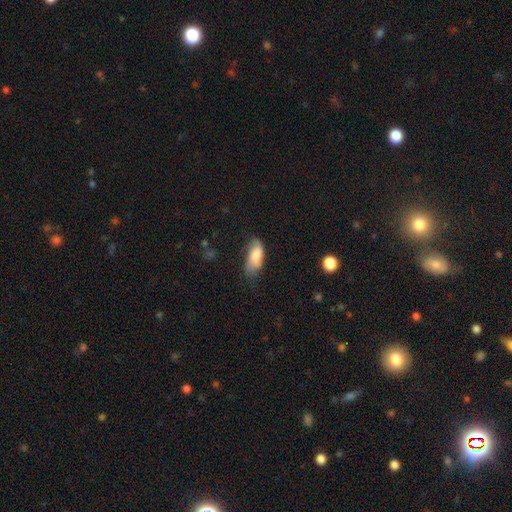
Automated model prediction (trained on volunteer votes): This is clearly a smooth galaxy (80%). How rounded: clearly in between (85%). Merging: possibly none (48%).